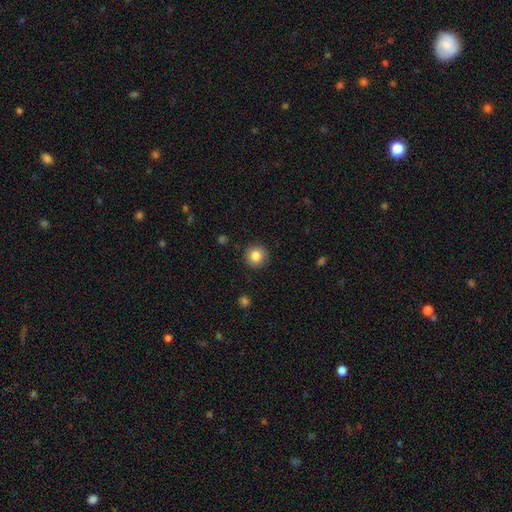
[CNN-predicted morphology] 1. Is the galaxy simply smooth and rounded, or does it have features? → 84% smooth, 10% star or artifact, 7% featured or disk.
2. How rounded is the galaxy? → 95% round, 4% in between, 1% cigar-shaped.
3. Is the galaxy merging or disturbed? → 91% none, 6% minor disturbance, 2% major disturbance, 1% merger.